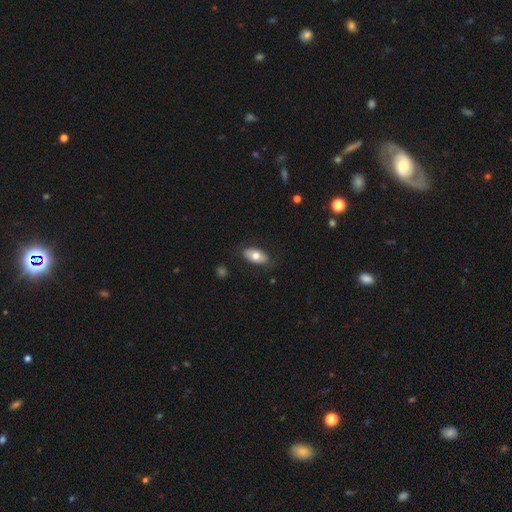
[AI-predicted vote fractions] Q: Smooth or featured?
A: smooth (68%); runner-up: featured or disk (26%)
Q: How rounded?
A: in between (91%); runner-up: cigar-shaped (5%)
Q: Merging?
A: none (80%); runner-up: minor disturbance (15%)